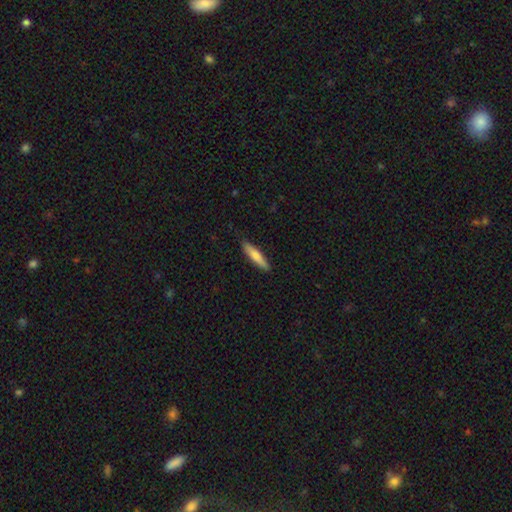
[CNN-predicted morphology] smooth 72%, featured or disk 22%, star or artifact 5%. Down the decision tree: how rounded — cigar-shaped (85%); merging — none (88%).